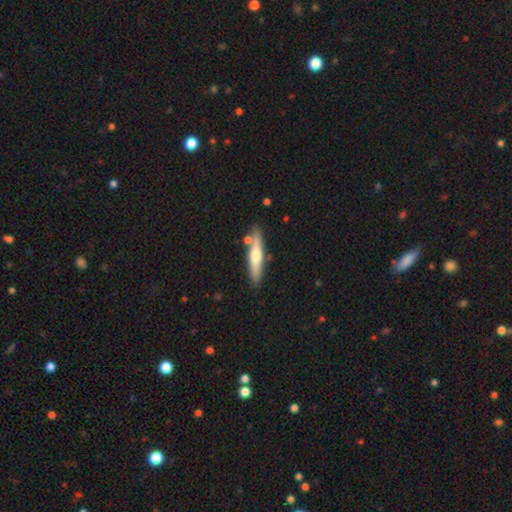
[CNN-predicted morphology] The model was most divided on "smooth or featured": featured or disk: 49%, smooth: 46%, star or artifact: 5%. More confident: merging — none (81%).